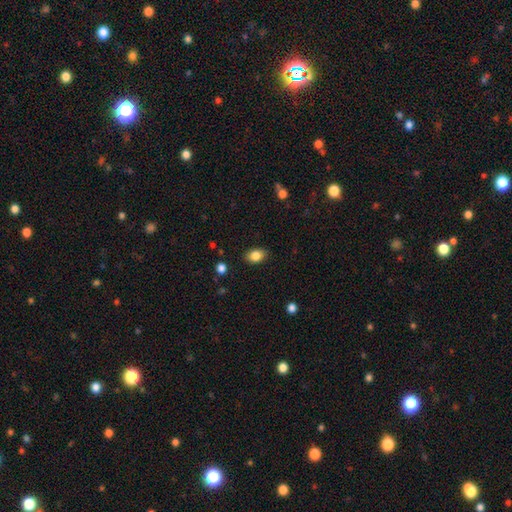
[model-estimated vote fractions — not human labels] A smooth galaxy with no disk features (84%) that is in between round and cigar-shaped (80%). Merging: none (87%).